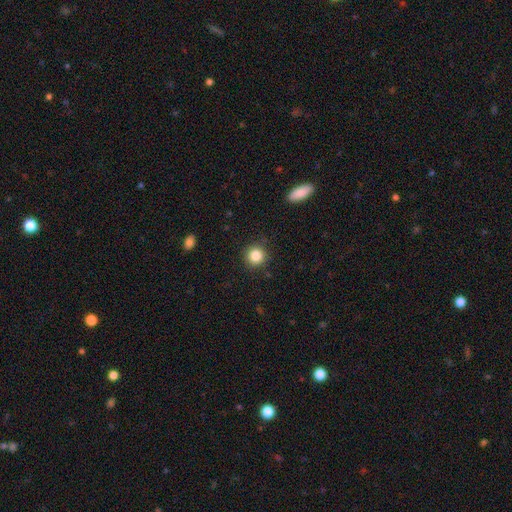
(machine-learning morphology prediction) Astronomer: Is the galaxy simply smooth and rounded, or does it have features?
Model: smooth — 85%.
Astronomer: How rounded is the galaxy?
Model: round — 93%.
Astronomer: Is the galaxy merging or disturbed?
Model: none — 90%.